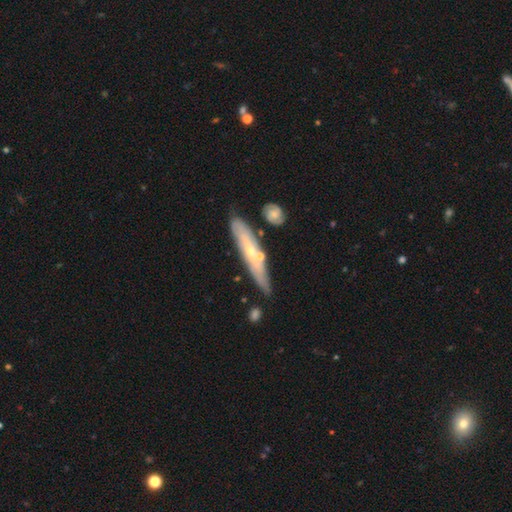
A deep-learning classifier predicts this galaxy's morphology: A featured or disk galaxy (56%) viewed edge-on (68%).

Vote fractions:
- Smooth or featured? featured or disk: 56% / smooth: 37% / star or artifact: 7%
- Edge-on disk? yes: 68% / no: 32%
- Merging? none: 74% / minor disturbance: 15% / merger: 8% / major disturbance: 3%